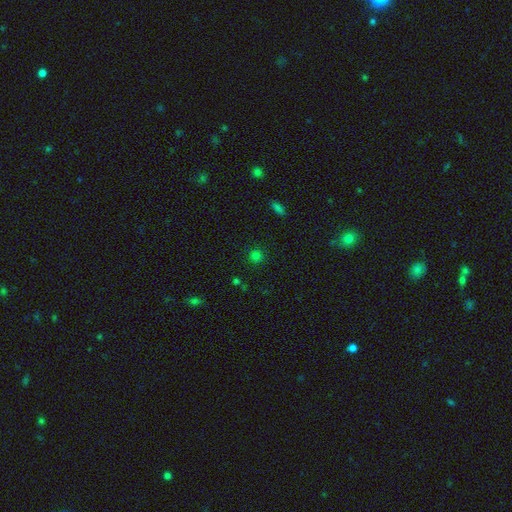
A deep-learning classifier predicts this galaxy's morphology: This is likely a smooth galaxy (76%). How rounded: clearly round (91%). Merging: clearly none (88%).